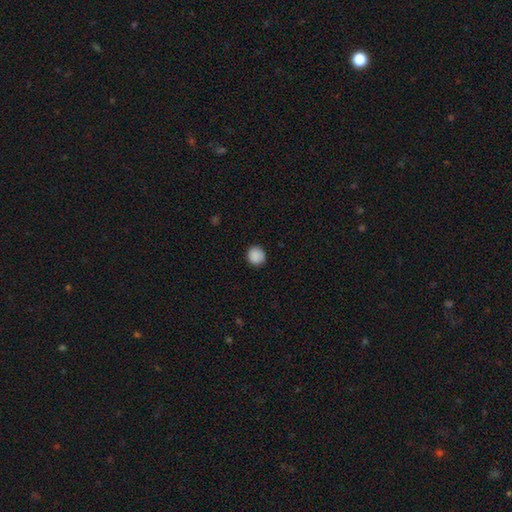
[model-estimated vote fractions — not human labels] The model was most divided on "smooth or featured": smooth: 89%, star or artifact: 9%, featured or disk: 2%. More confident: how rounded — round (90%); merging — none (90%).